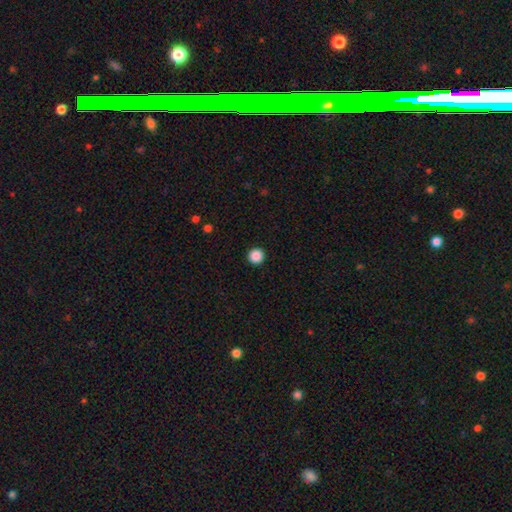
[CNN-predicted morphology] smooth 88%, star or artifact 9%, featured or disk 2%. Down the decision tree: how rounded — round (97%); merging — none (94%).